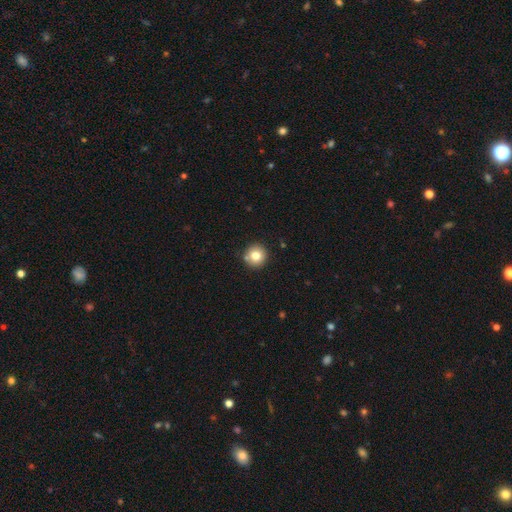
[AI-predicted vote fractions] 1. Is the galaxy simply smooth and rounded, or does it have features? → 79% smooth, 11% star or artifact, 10% featured or disk.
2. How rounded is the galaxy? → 94% round, 5% in between, 1% cigar-shaped.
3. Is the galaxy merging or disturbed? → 85% none, 8% minor disturbance, 5% merger, 2% major disturbance.